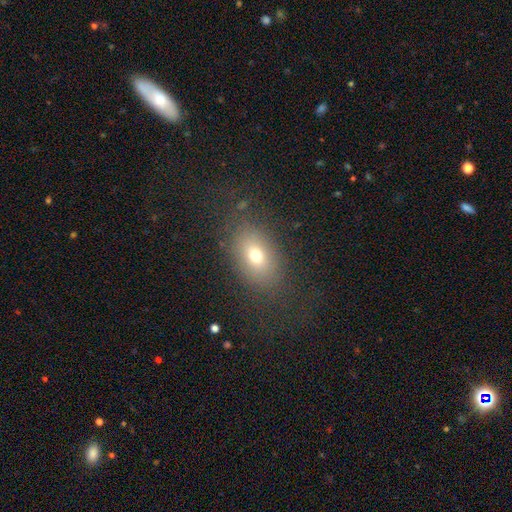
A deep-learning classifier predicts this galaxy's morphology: Smooth or featured? smooth (70%)
How rounded? in between (77%)
Merging? none (79%)